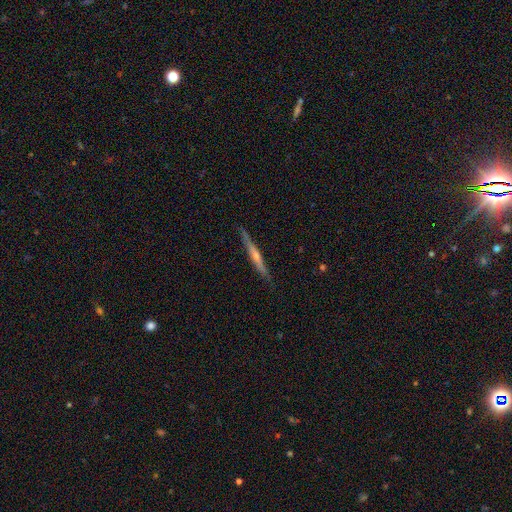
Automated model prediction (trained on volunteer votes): This is likely a featured or disk galaxy (67%). It is clearly viewed edge-on (97%). Edge-on bulge: likely rounded (63%). Merging: clearly none (87%).